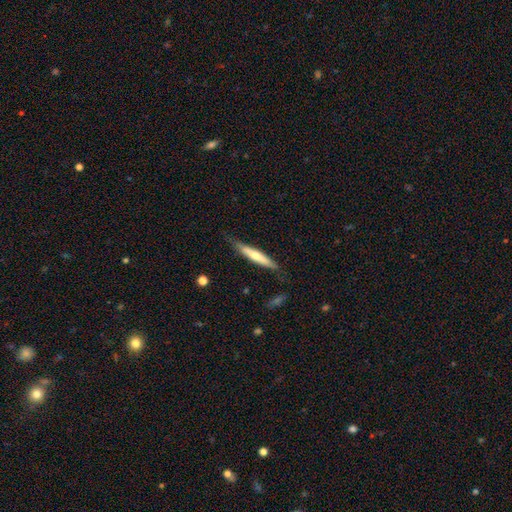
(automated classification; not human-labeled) A smooth galaxy with no disk features (52%) that is cigar-shaped (90%). Merging: none (78%).